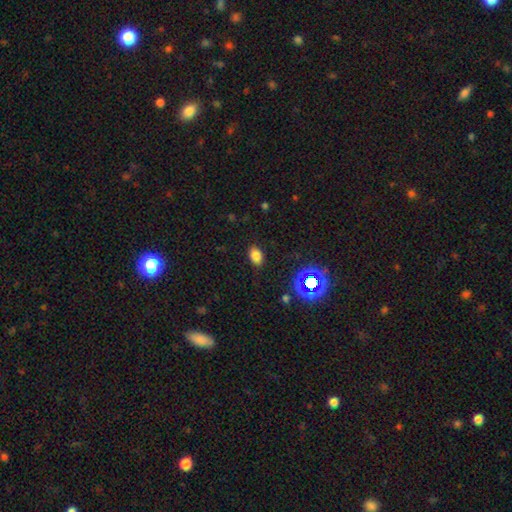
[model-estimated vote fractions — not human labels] smooth-or-featured: smooth: 78% | star or artifact: 16% | featured or disk: 6%
  how-rounded: in between: 85% | round: 14% | cigar-shaped: 1%
  merging: none: 86% | minor disturbance: 10% | major disturbance: 3% | merger: 1%